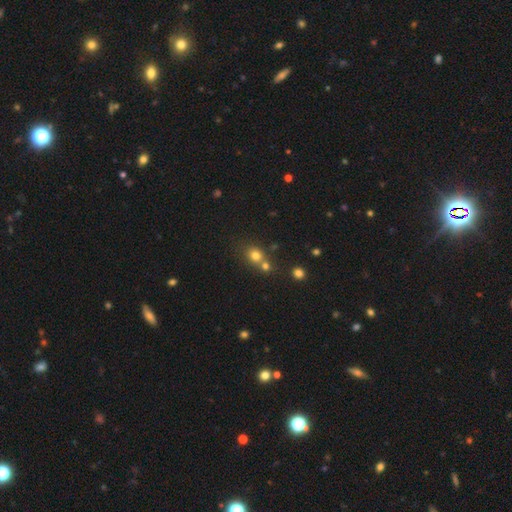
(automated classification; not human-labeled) Smooth or featured? Predicted: smooth (p=0.76). How rounded? Predicted: round (p=0.75). Merging? Predicted: none (p=0.49).